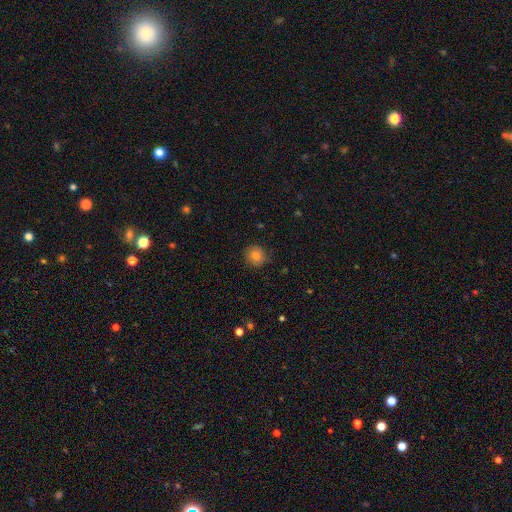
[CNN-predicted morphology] Smooth or featured? Predicted: smooth (p=0.79). How rounded? Predicted: round (p=0.92). Merging? Predicted: none (p=0.86).